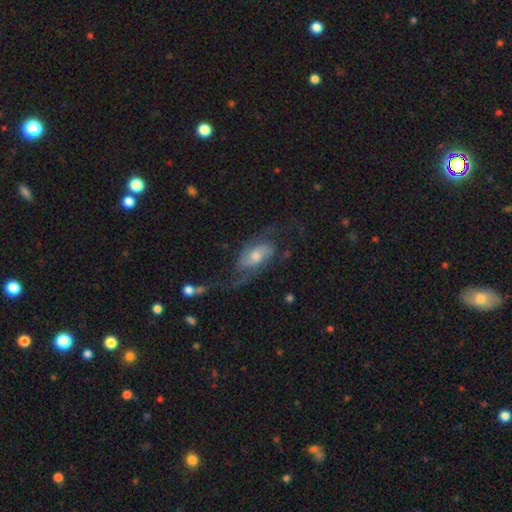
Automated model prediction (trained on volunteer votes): featured or disk 75%, smooth 18%, star or artifact 8%. Down the decision tree: edge-on disk — no (92%); bar — no (49%); spiral arms — yes (90%); spiral arm count — 2 (78%); spiral winding — loose (48%); bulge size — moderate (59%); merging — none (50%).